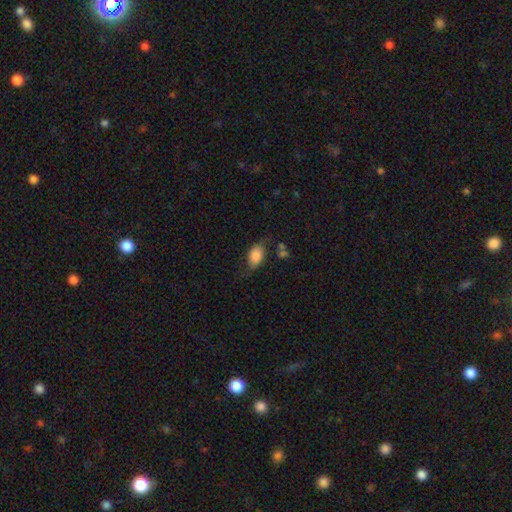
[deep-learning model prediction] A smooth galaxy with no disk features (64%) that is in between round and cigar-shaped (85%). Merging: none (50%).